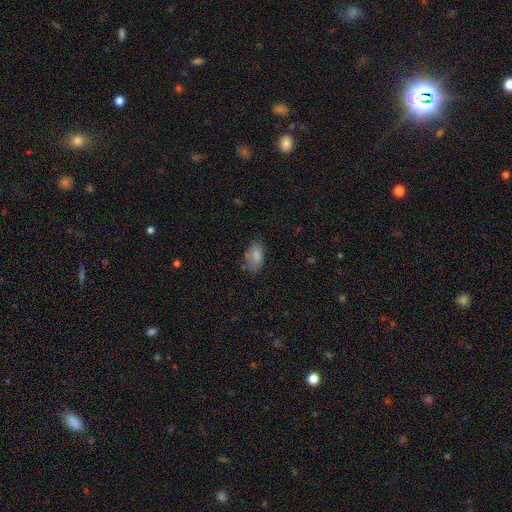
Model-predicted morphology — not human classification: A smooth galaxy with no disk features (83%) that is in between round and cigar-shaped (91%). Merging: none (64%).